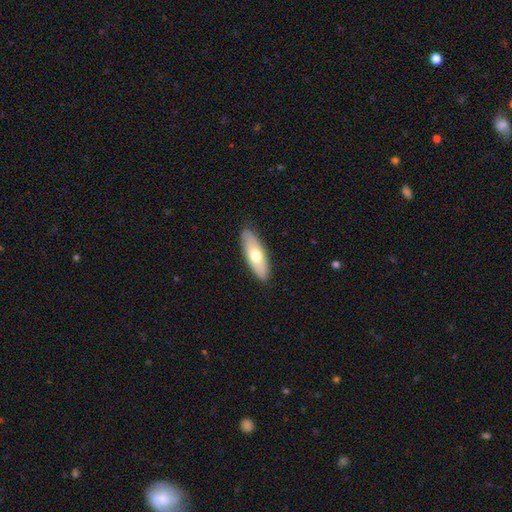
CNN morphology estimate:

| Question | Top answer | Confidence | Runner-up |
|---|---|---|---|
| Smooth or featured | smooth | 63% | featured or disk (32%) |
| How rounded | in between | 63% | cigar-shaped (35%) |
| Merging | none | 87% | minor disturbance (10%) |